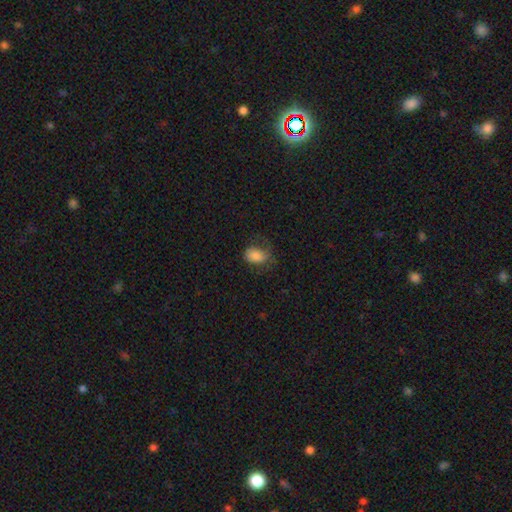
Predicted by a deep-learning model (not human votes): smooth 76%, featured or disk 16%, star or artifact 9%. Down the decision tree: how rounded — in between (81%); merging — none (46%).